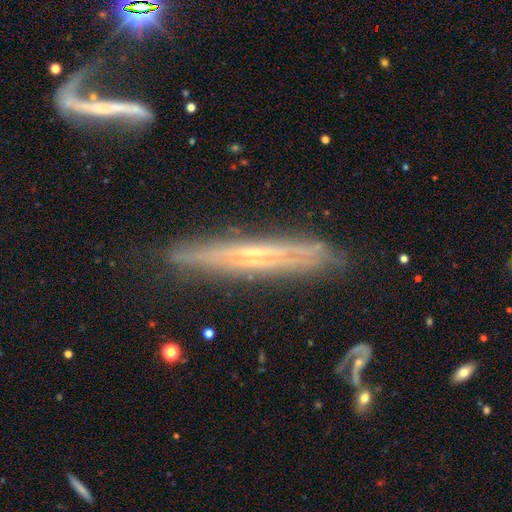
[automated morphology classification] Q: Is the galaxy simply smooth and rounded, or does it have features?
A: featured or disk — 73%.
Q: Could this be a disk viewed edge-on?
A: yes — 84%.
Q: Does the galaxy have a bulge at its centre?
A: none — 50%.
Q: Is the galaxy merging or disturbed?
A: none — 80%.